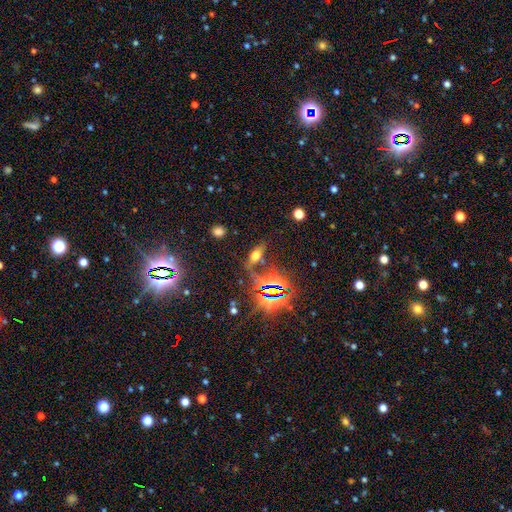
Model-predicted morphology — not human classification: smooth_or_featured: smooth (p=0.45) [alt: star or artifact p=0.32]
merging: none (p=0.68) [alt: minor disturbance p=0.15]